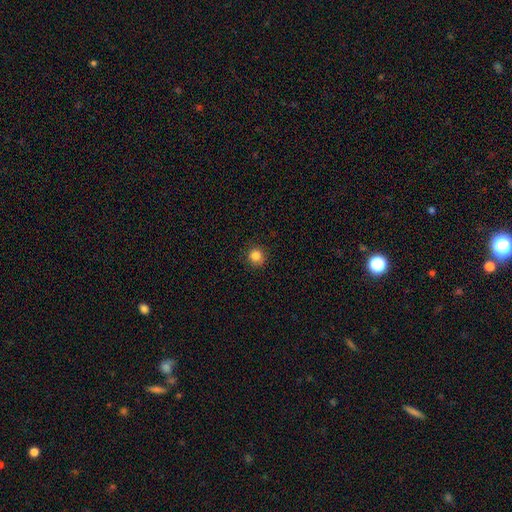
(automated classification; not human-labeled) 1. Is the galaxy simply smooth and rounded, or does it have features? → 84% smooth, 11% star or artifact, 4% featured or disk.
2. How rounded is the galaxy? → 93% round, 6% in between, 1% cigar-shaped.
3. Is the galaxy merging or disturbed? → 90% none, 7% minor disturbance, 2% major disturbance, 1% merger.